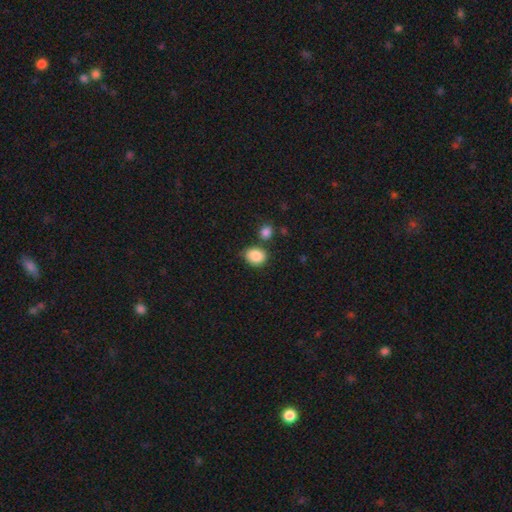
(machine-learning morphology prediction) Smooth or featured? Predicted: smooth (p=0.87). How rounded? Predicted: round (p=0.55). Merging? Predicted: none (p=0.70).